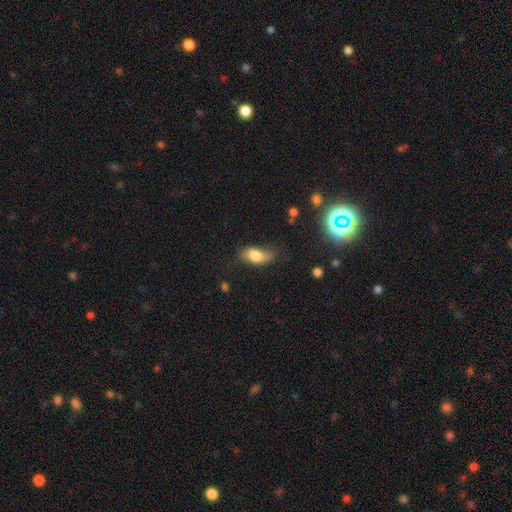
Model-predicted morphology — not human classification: This appears to be a smooth galaxy with no disk features (72%) that is in between round and cigar-shaped (84%). Merging: none (58%).